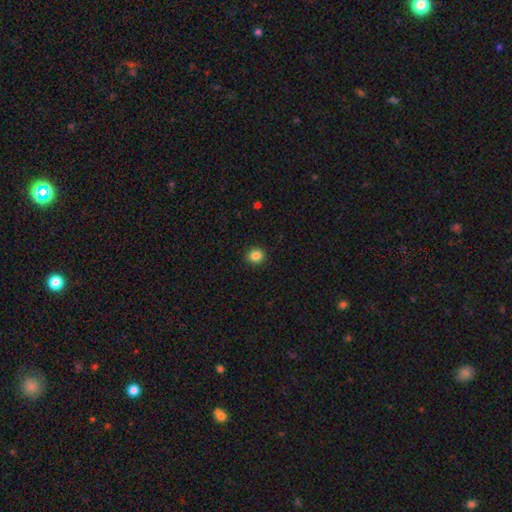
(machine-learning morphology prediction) Q: Smooth or featured?
A: smooth (85%); runner-up: star or artifact (11%)
Q: How rounded?
A: round (87%); runner-up: in between (12%)
Q: Merging?
A: none (92%); runner-up: minor disturbance (5%)